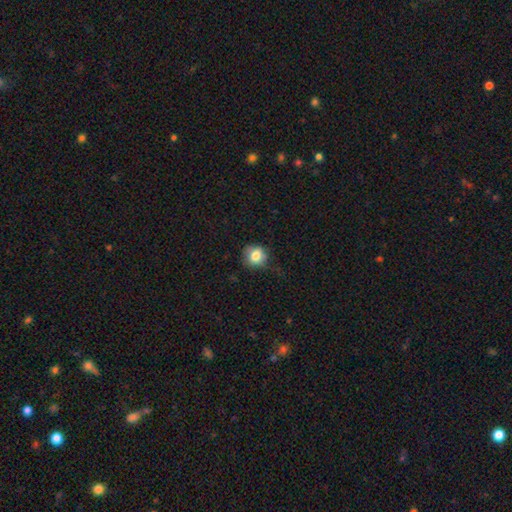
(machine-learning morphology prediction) A smooth galaxy with no disk features (79%) that is round (77%). Merging: none (69%).